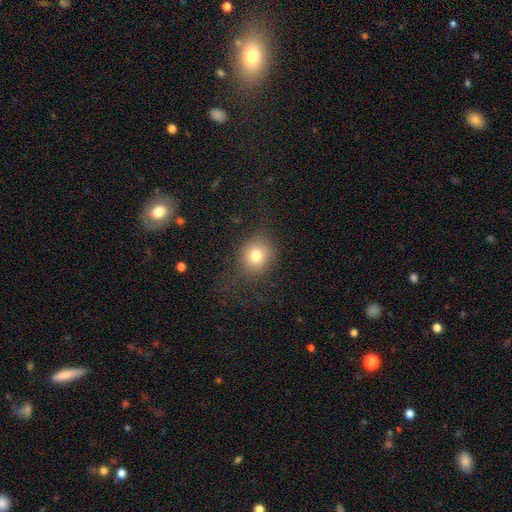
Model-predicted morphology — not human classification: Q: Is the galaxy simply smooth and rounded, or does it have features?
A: smooth — 75%.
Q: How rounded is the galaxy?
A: round — 78%.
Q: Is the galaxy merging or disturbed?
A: none — 71%.